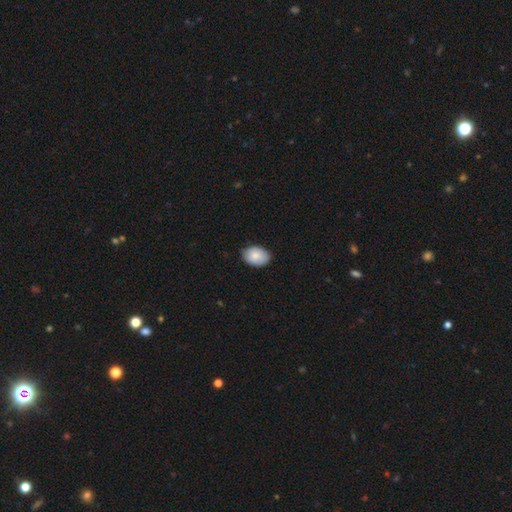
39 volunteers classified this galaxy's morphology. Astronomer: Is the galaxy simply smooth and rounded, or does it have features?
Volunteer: smooth — 79%.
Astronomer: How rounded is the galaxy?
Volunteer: in between — 84%.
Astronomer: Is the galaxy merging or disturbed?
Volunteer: none — 88%.